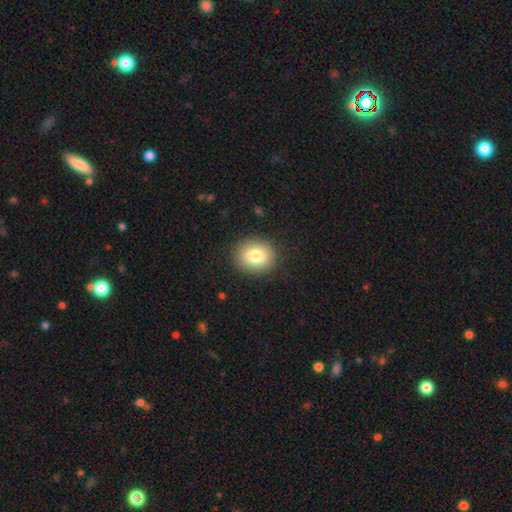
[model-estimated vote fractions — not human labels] Q: Smooth or featured?
A: smooth (81%); runner-up: featured or disk (10%)
Q: How rounded?
A: round (65%); runner-up: in between (35%)
Q: Merging?
A: none (89%); runner-up: minor disturbance (7%)